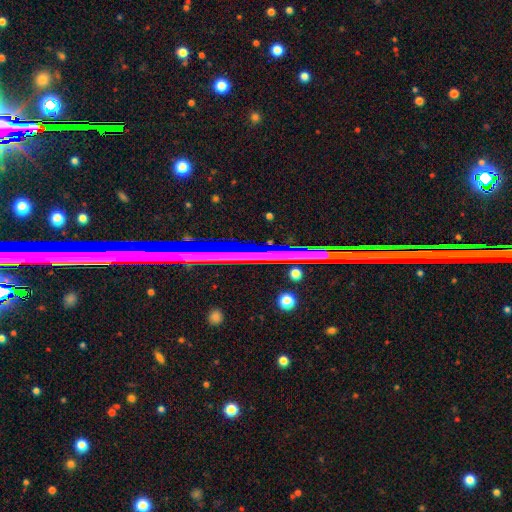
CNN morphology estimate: A star or artifact, not a galaxy (72%).